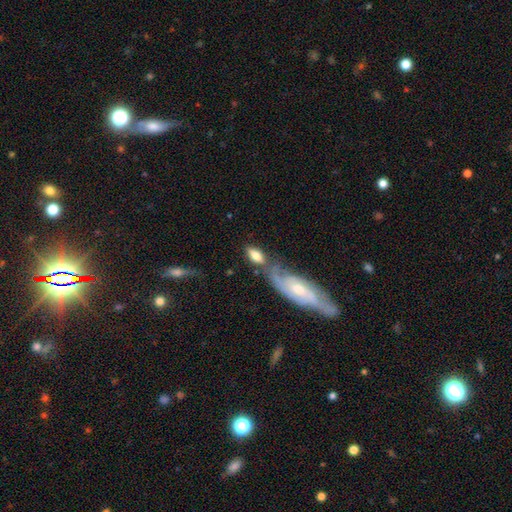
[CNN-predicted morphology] Smooth or featured: smooth — 72% (featured or disk — 22%)
How rounded: in between — 86% (cigar-shaped — 11%)
Merging: none — 43% (merger — 33%)